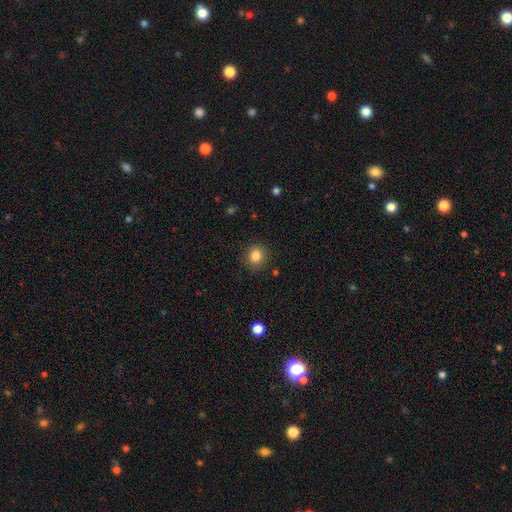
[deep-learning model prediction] Q: Smooth or featured?
A: smooth (84%); runner-up: star or artifact (11%)
Q: How rounded?
A: round (83%); runner-up: in between (16%)
Q: Merging?
A: none (88%); runner-up: minor disturbance (8%)